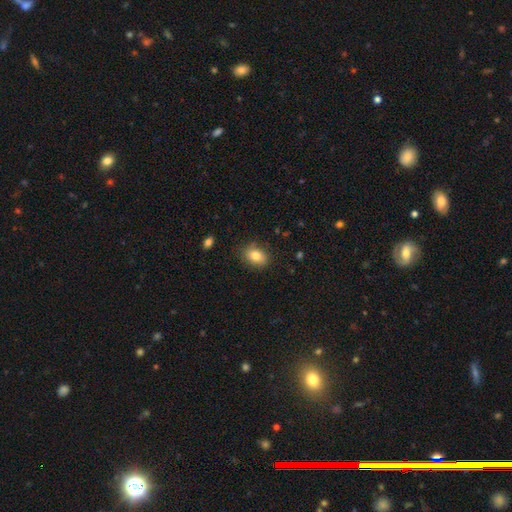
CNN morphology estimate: Smooth or featured?
  - smooth: 81% *
  - featured or disk: 10%
  - star or artifact: 9%
How rounded?
  - in between: 72% *
  - round: 27%
  - cigar-shaped: 1%
Merging?
  - none: 82% *
  - minor disturbance: 14%
  - major disturbance: 3%
  - merger: 1%